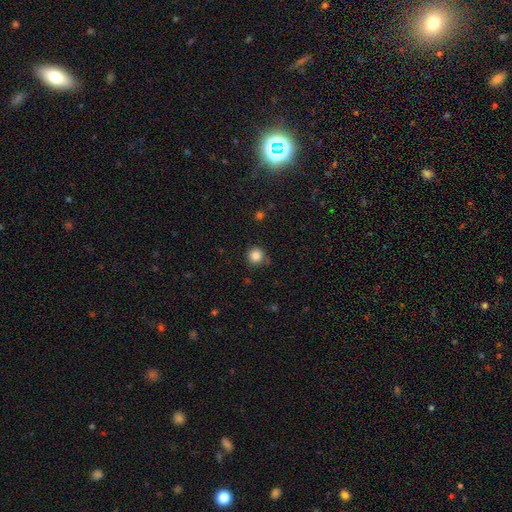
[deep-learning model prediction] Smooth or featured: smooth — 85% (star or artifact — 11%)
How rounded: round — 94% (in between — 5%)
Merging: none — 84% (minor disturbance — 10%)